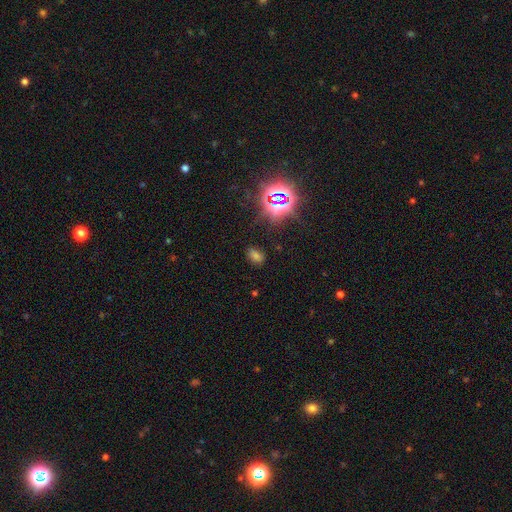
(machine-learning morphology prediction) smooth-or-featured: star or artifact: 46% | smooth: 44% | featured or disk: 10%